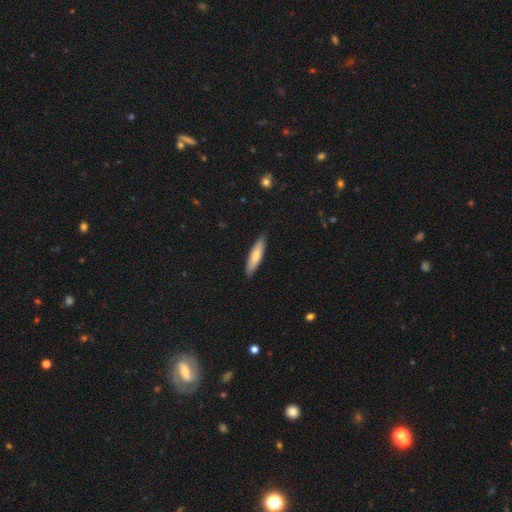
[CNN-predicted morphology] Smooth or featured?
  - smooth: 72% *
  - featured or disk: 23%
  - star or artifact: 5%
How rounded?
  - cigar-shaped: 76% *
  - in between: 22%
  - round: 1%
Merging?
  - none: 86% *
  - minor disturbance: 11%
  - major disturbance: 2%
  - merger: 1%